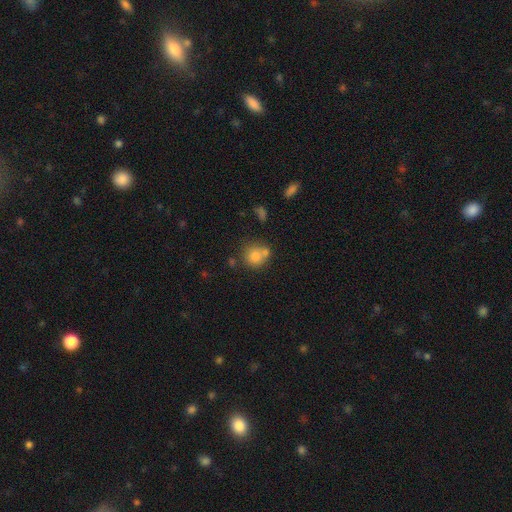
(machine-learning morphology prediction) smooth_or_featured: smooth (p=0.77) [alt: featured or disk p=0.12]
how_rounded: round (p=0.85) [alt: in between p=0.14]
merging: none (p=0.52) [alt: merger p=0.32]